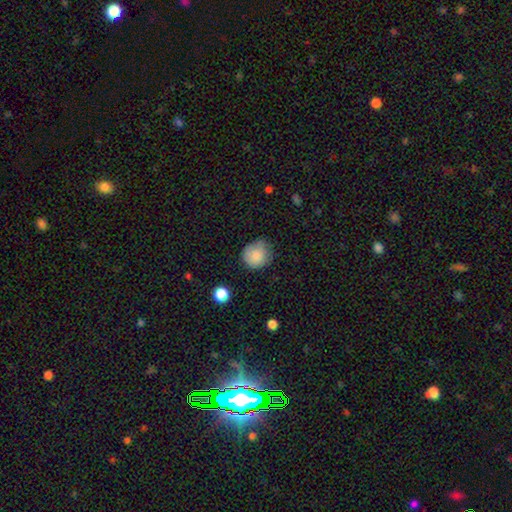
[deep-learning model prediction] The model was most divided on "merging": none: 66%, minor disturbance: 27%, major disturbance: 6%, merger: 2%. More confident: how rounded — round (85%); smooth or featured — smooth (84%).